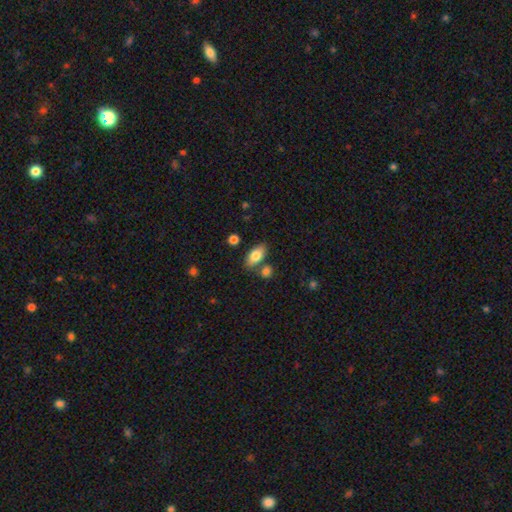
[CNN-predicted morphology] smooth-or-featured: smooth: 81% | featured or disk: 12% | star or artifact: 7%
  how-rounded: in between: 90% | cigar-shaped: 6% | round: 4%
  merging: none: 75% | minor disturbance: 11% | merger: 11% | major disturbance: 3%